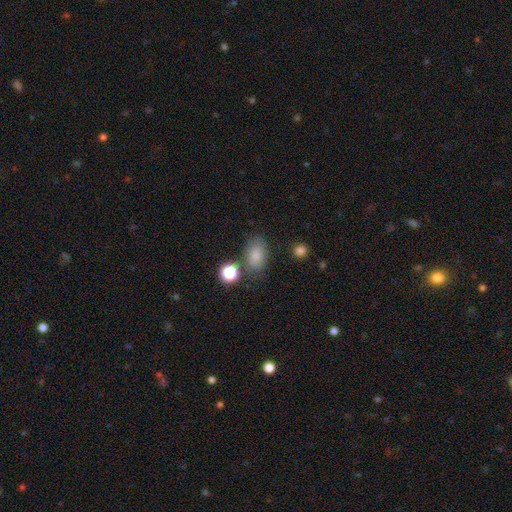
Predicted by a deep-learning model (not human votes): smooth 82%, star or artifact 11%, featured or disk 7%. Down the decision tree: how rounded — in between (86%); merging — none (72%).